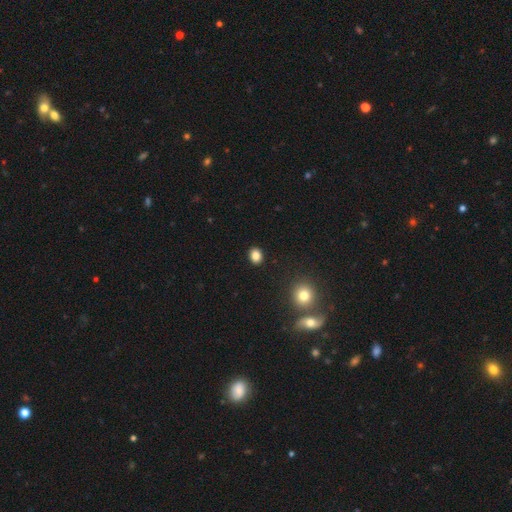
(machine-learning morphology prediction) The model was most divided on "how rounded": round: 54%, in between: 45%, cigar-shaped: 1%. More confident: merging — none (90%); smooth or featured — smooth (85%).